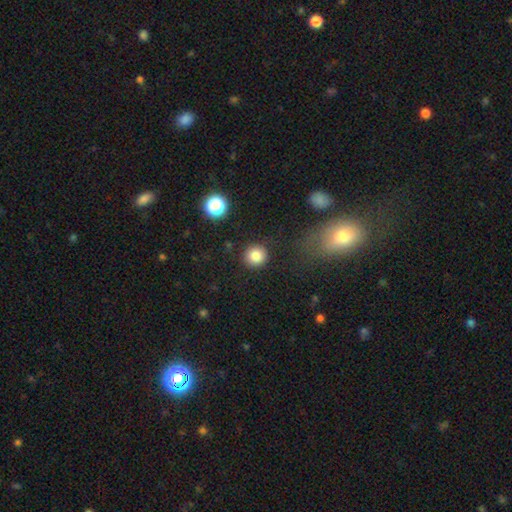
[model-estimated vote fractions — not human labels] smooth-or-featured: smooth: 84% | star or artifact: 11% | featured or disk: 5%
  how-rounded: round: 92% | in between: 7% | cigar-shaped: 1%
  merging: none: 88% | minor disturbance: 7% | major disturbance: 3% | merger: 2%